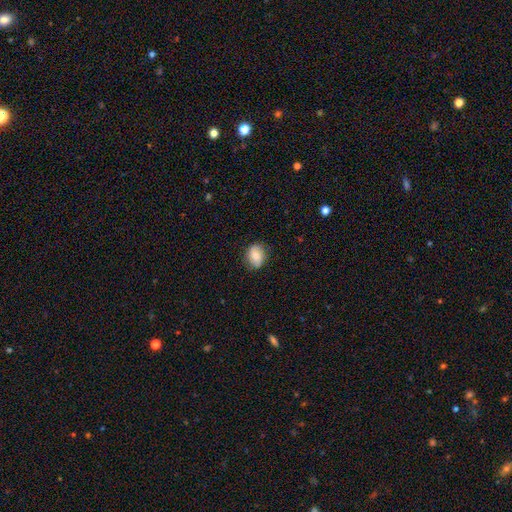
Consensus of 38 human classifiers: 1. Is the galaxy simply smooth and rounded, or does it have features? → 79% smooth, 16% featured or disk, 5% star or artifact.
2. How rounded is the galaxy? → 57% in between, 43% round, 0% cigar-shaped.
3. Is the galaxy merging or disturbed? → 83% none, 14% minor disturbance, 3% major disturbance, 0% merger.